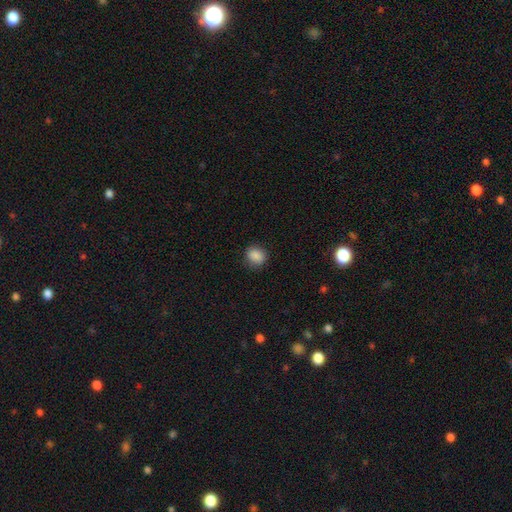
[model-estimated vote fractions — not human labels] Smooth or featured? smooth (88%)
How rounded? round (69%)
Merging? none (86%)